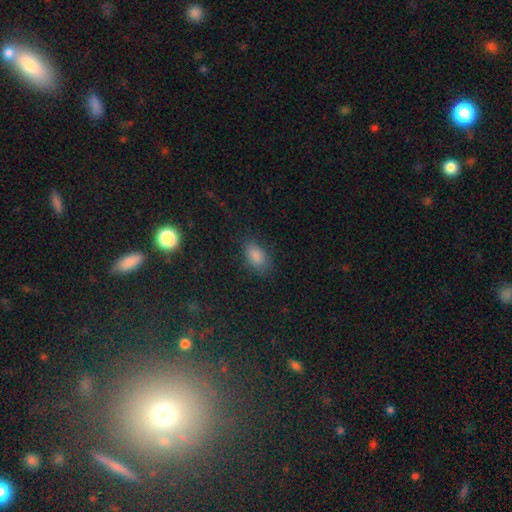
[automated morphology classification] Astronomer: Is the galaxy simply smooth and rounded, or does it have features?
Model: smooth — 82%.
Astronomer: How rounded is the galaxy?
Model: in between — 88%.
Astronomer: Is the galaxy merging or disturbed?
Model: none — 79%.